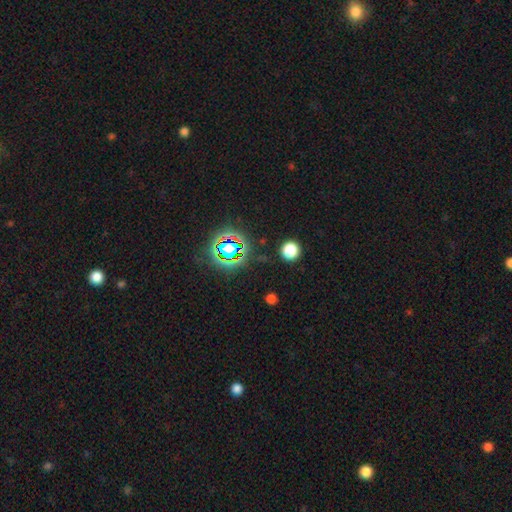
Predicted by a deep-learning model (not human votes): Smooth or featured: star or artifact — 76% (smooth — 16%)